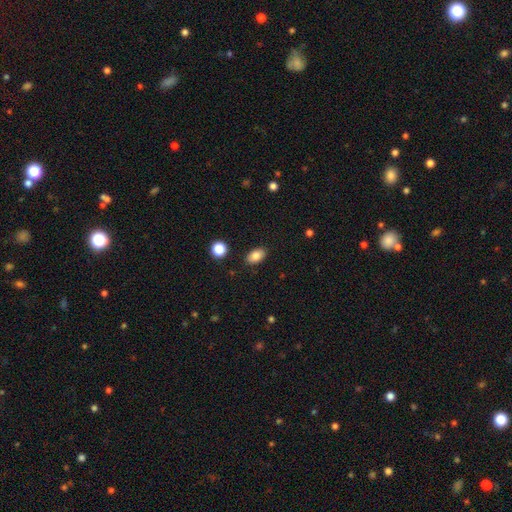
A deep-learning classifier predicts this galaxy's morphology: Smooth or featured: smooth — 84% (star or artifact — 9%)
How rounded: in between — 90% (round — 9%)
Merging: none — 88% (minor disturbance — 9%)